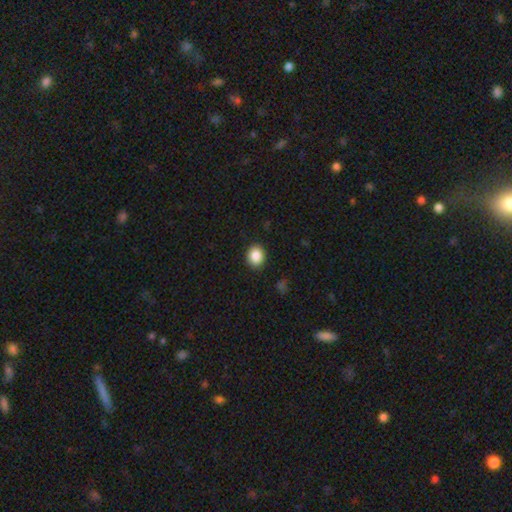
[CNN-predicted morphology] A smooth galaxy with no disk features (87%) that is round (63%).

Vote fractions:
- Smooth or featured? smooth: 87% / star or artifact: 9% / featured or disk: 4%
- How rounded? round: 63% / in between: 37% / cigar-shaped: 1%
- Merging? none: 90% / minor disturbance: 7% / major disturbance: 2% / merger: 1%